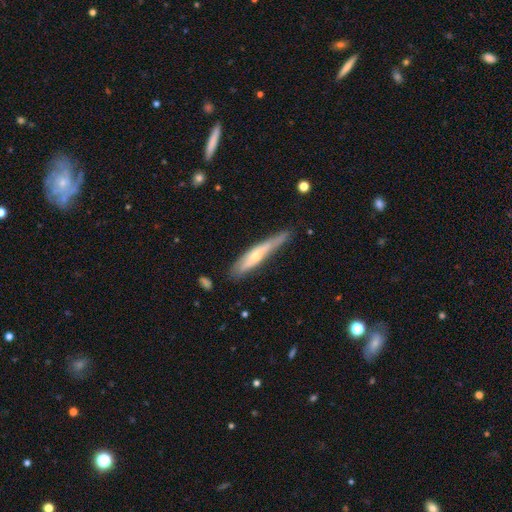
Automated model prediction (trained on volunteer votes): smooth_or_featured: featured or disk (p=0.54) [alt: smooth p=0.40]
disk_edge_on: yes (p=0.76) [alt: no p=0.24]
merging: none (p=0.66) [alt: minor disturbance p=0.25]